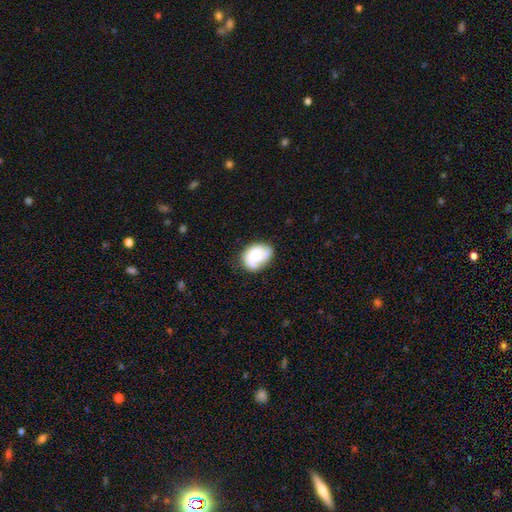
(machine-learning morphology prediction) smooth_or_featured: smooth (p=0.58) [alt: featured or disk p=0.35]
how_rounded: in between (p=0.72) [alt: round p=0.27]
merging: none (p=0.55) [alt: minor disturbance p=0.30]